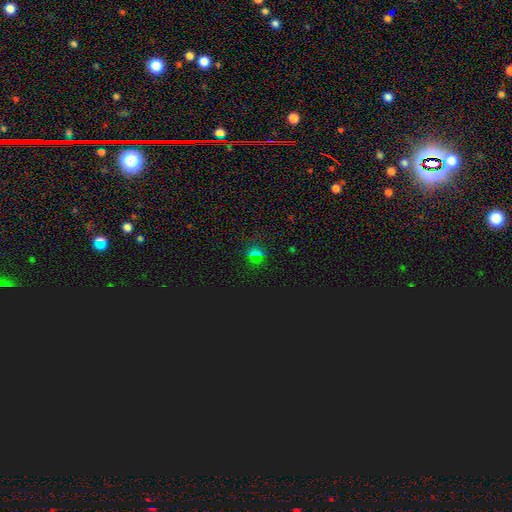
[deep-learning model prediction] Smooth or featured?
  - star or artifact: 47% *
  - smooth: 46%
  - featured or disk: 8%